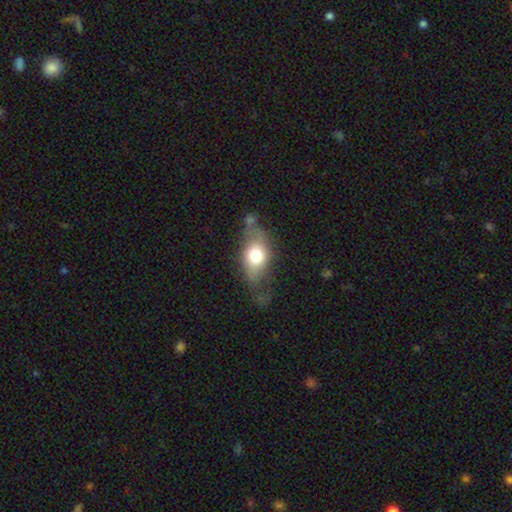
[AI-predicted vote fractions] smooth_or_featured: smooth (p=0.62) [alt: featured or disk p=0.30]
how_rounded: in between (p=0.77) [alt: round p=0.14]
merging: none (p=0.49) [alt: minor disturbance p=0.26]